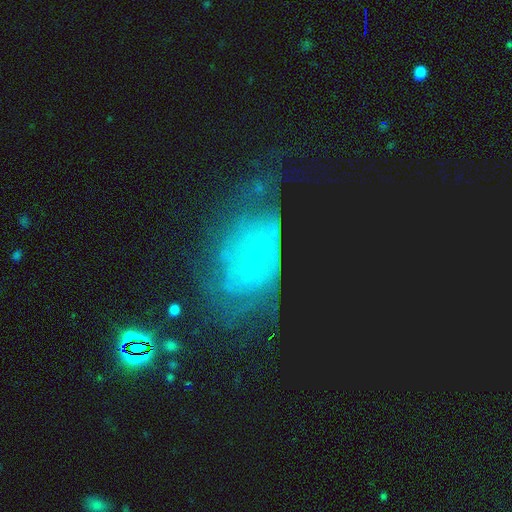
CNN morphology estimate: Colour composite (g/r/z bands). It shows a featured or disk galaxy (63%) with no bar (65%), spiral arms (70%) and a small central bulge (75%). Merging: none (47%).